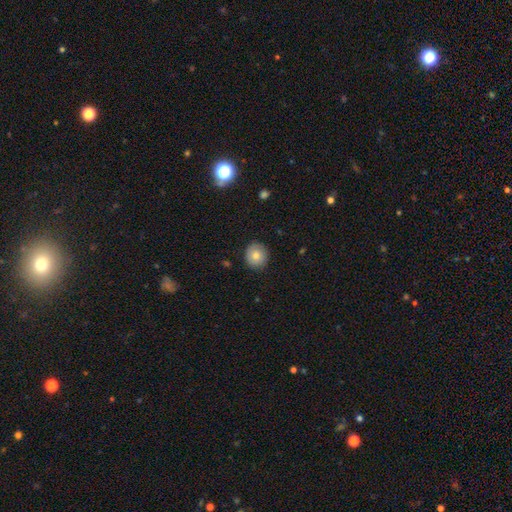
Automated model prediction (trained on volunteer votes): Morphology: type=smooth (73%); roundness=round (86%); merging=none (86%).